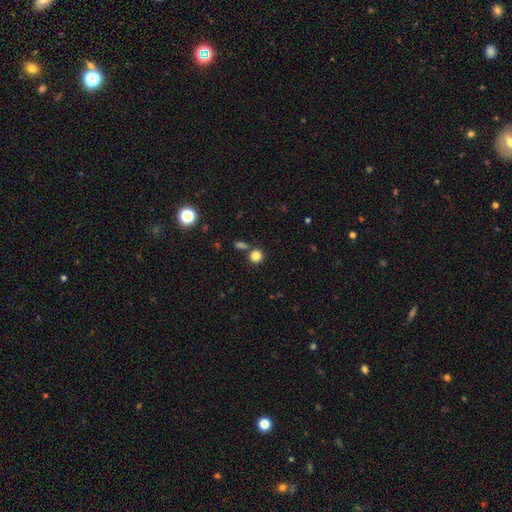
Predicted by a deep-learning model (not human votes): A smooth galaxy with no disk features (83%) that is round (90%). Merging: none (75%).